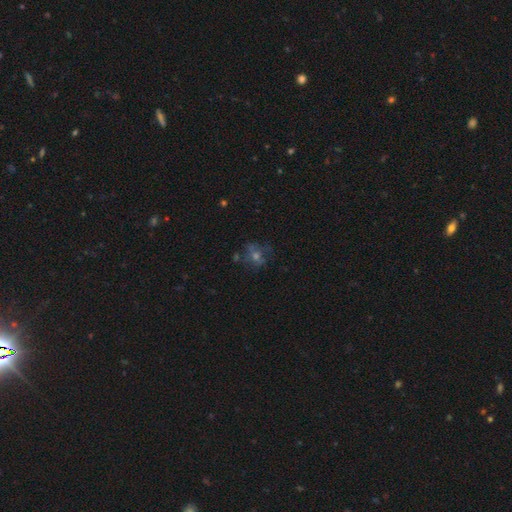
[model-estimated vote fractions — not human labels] This appears to be a featured or disk galaxy (37%). Merging: none (65%).